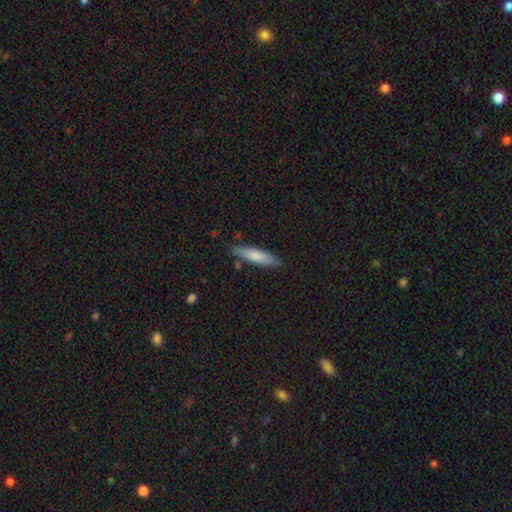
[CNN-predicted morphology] Smooth or featured? Predicted: smooth (p=0.77). How rounded? Predicted: cigar-shaped (p=0.76). Merging? Predicted: none (p=0.84).